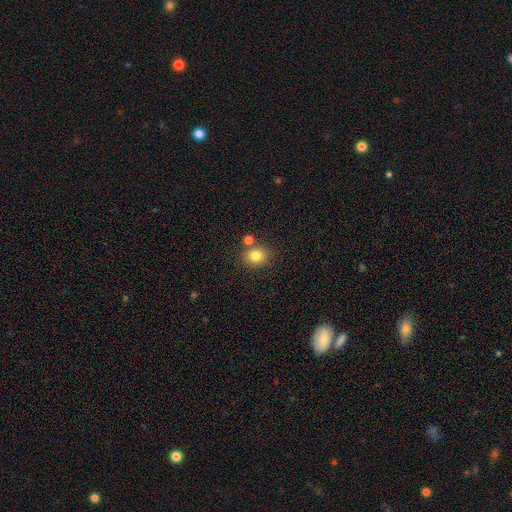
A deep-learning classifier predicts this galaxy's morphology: Overall: smooth (81%). How rounded: round (76%). Merging: none (74%).